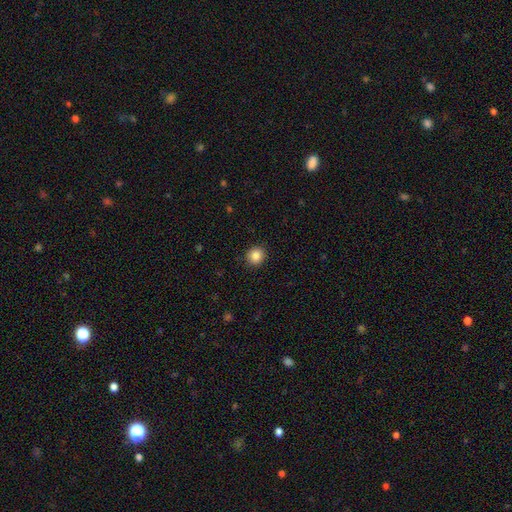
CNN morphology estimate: Overall: smooth (85%). How rounded: round (90%). Merging: none (92%).